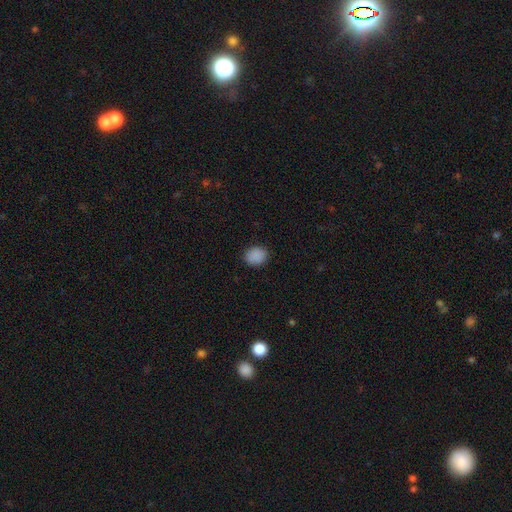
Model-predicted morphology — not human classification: Q: Smooth or featured?
A: smooth (88%); runner-up: star or artifact (9%)
Q: How rounded?
A: round (60%); runner-up: in between (40%)
Q: Merging?
A: none (88%); runner-up: minor disturbance (9%)